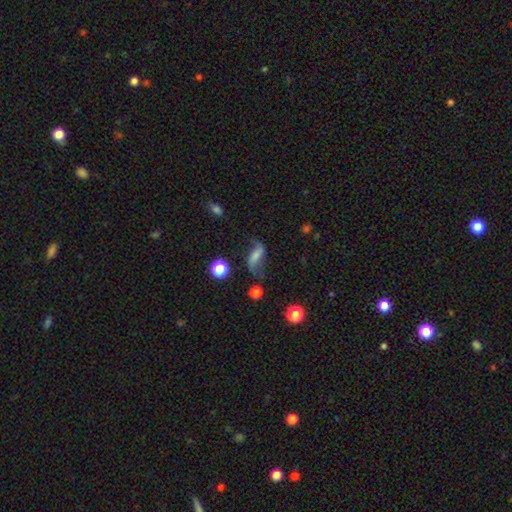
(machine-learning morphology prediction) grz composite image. It shows a featured or disk galaxy (55%). Merging: none (55%).